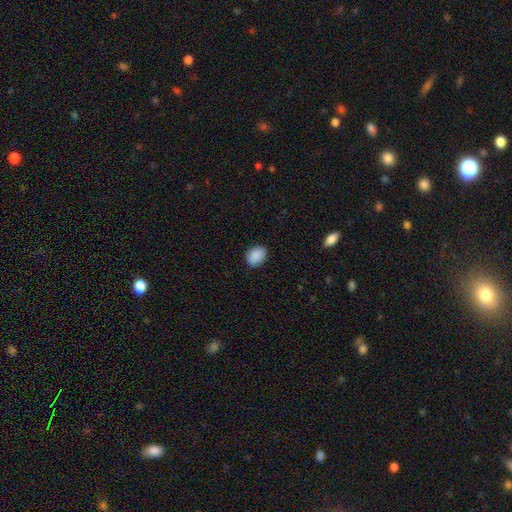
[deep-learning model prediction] Smooth or featured? Predicted: smooth (p=0.90). How rounded? Predicted: in between (p=0.62). Merging? Predicted: none (p=0.88).